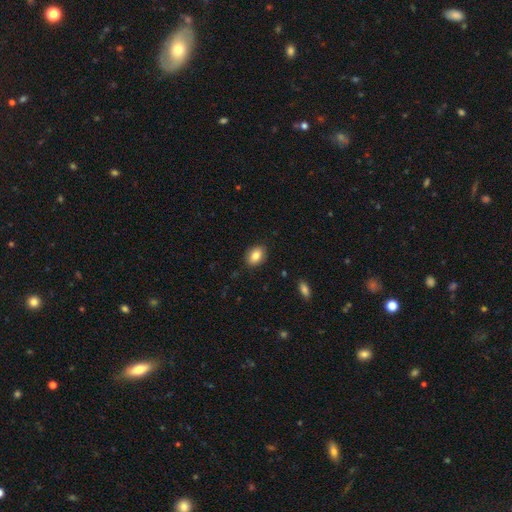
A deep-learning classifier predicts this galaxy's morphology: Overall: smooth (85%). How rounded: in between (74%). Merging: none (88%).